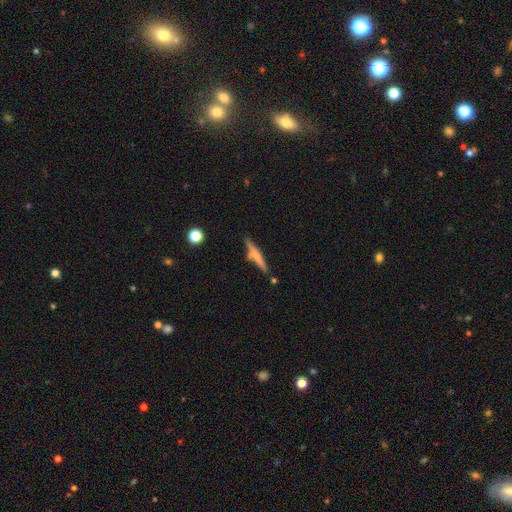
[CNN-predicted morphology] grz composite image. It shows a smooth galaxy with no disk features (51%) that is cigar-shaped (91%). Merging: none (72%).